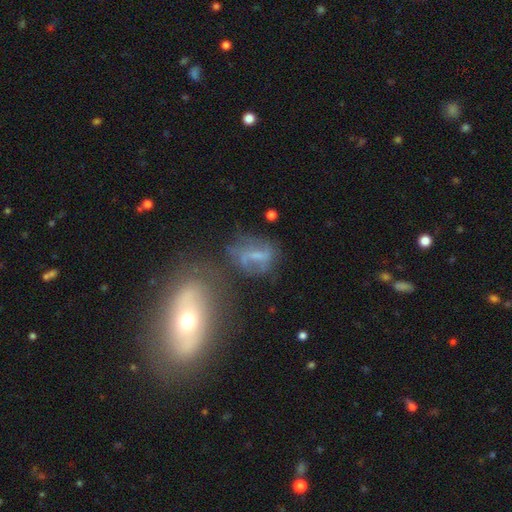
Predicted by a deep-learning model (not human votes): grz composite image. It shows a featured or disk galaxy (55%) with a weak bar (39%), spiral arms (54%) and a small central bulge (40%). Merging: none (43%).